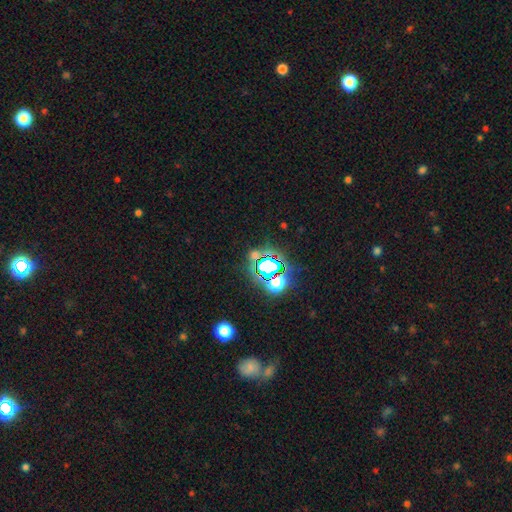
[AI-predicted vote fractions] Smooth or featured? star or artifact (69%)